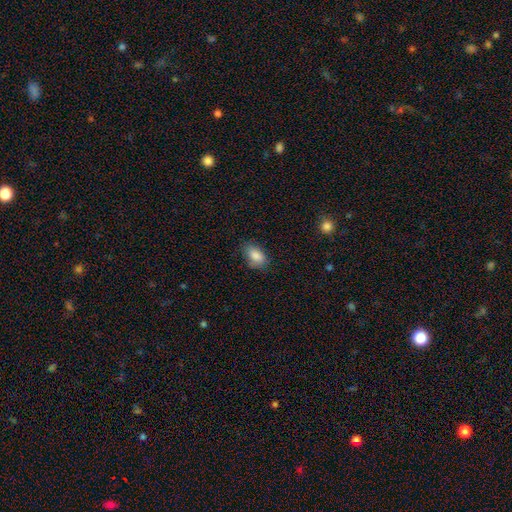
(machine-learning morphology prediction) type=smooth (87%); roundness=in between (90%); merging=none (78%).